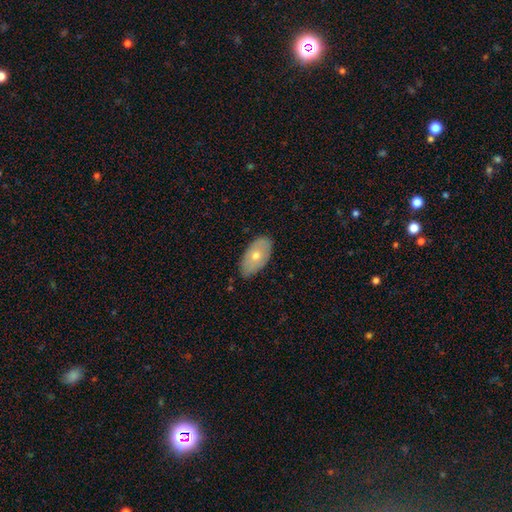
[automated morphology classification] smooth 56%, featured or disk 37%, star or artifact 7%. Down the decision tree: how rounded — in between (93%); merging — none (83%).